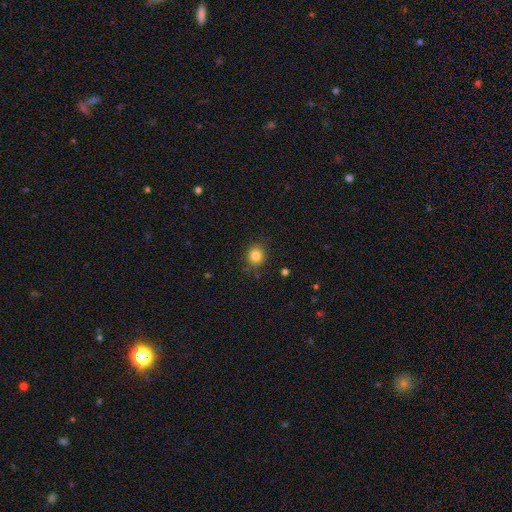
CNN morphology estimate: Smooth or featured?
  - smooth: 83% *
  - star or artifact: 11%
  - featured or disk: 5%
How rounded?
  - round: 87% *
  - in between: 12%
  - cigar-shaped: 1%
Merging?
  - none: 86% *
  - minor disturbance: 10%
  - major disturbance: 3%
  - merger: 1%